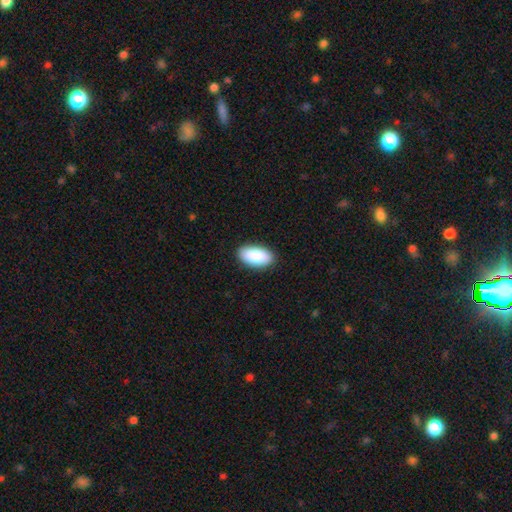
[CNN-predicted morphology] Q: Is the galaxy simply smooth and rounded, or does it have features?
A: smooth — 88%.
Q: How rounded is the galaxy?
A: in between — 95%.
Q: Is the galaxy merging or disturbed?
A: none — 89%.